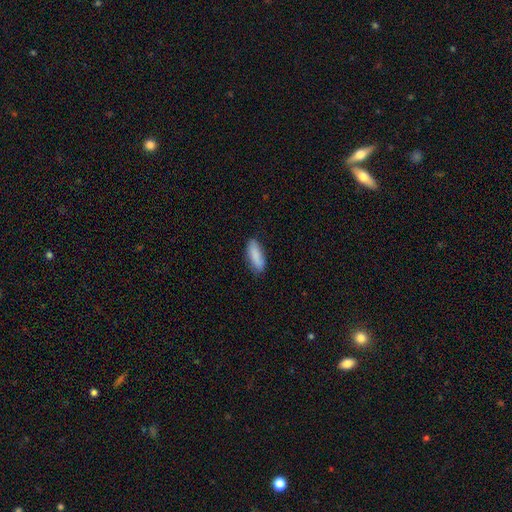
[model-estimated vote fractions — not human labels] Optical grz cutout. It shows a smooth galaxy with no disk features (88%) that is in between round and cigar-shaped (66%). Merging: none (81%).